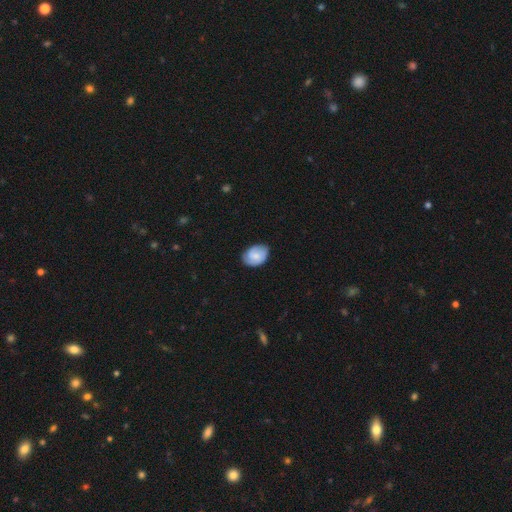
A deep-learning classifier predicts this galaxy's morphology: smooth-or-featured: smooth: 54% | featured or disk: 39% | star or artifact: 7%
  how-rounded: in between: 73% | round: 26% | cigar-shaped: 1%
  merging: none: 75% | minor disturbance: 20% | major disturbance: 4% | merger: 1%